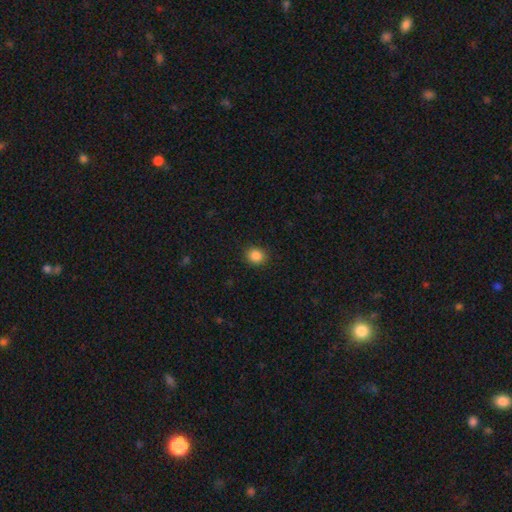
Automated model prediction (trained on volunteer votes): smooth 86%, star or artifact 10%, featured or disk 3%. Down the decision tree: how rounded — round (79%); merging — none (89%).